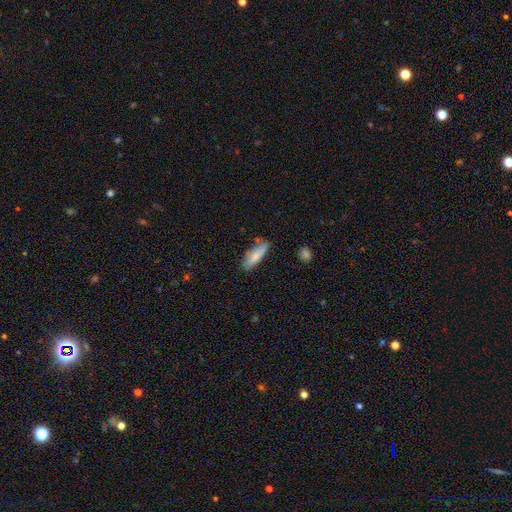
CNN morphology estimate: A smooth galaxy with no disk features (78%) that is cigar-shaped (50%). Merging: none (75%).